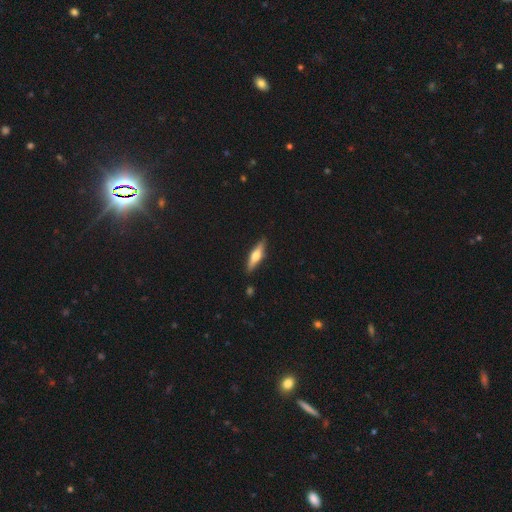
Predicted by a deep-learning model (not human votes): smooth_or_featured: featured or disk (p=0.50) [alt: smooth p=0.44]
disk_edge_on: yes (p=0.94) [alt: no p=0.06]
merging: none (p=0.88) [alt: minor disturbance p=0.09]